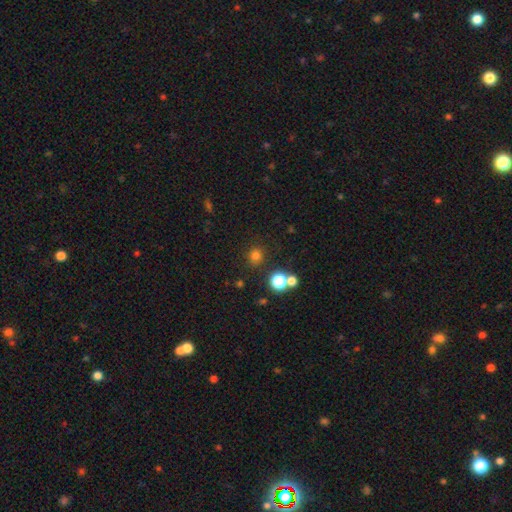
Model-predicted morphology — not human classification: Smooth or featured? Predicted: smooth (p=0.75). How rounded? Predicted: round (p=0.88). Merging? Predicted: none (p=0.81).